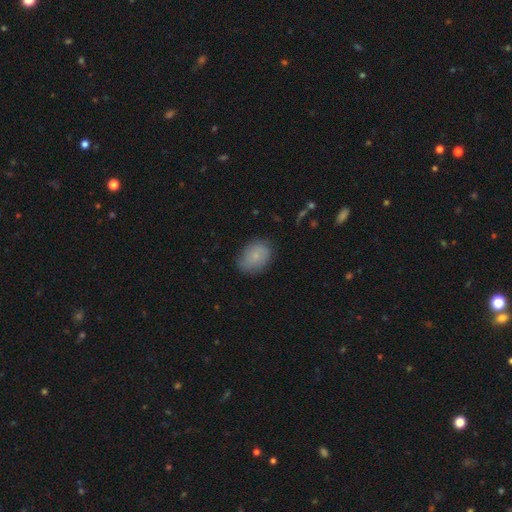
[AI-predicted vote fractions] The model was most divided on "how rounded": in between: 68%, round: 31%, cigar-shaped: 1%. More confident: merging — none (78%); smooth or featured — smooth (76%).